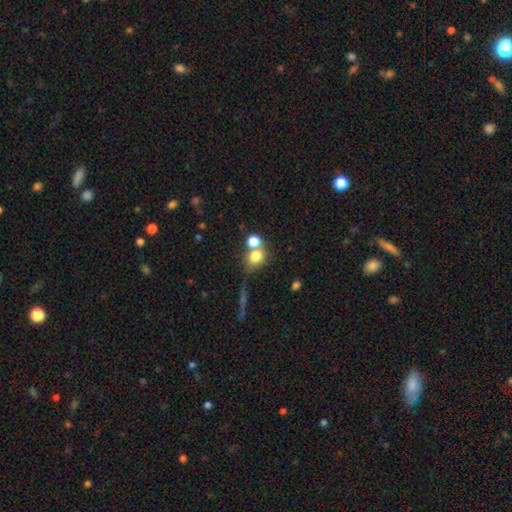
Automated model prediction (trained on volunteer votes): Smooth or featured? smooth (75%)
How rounded? round (62%)
Merging? none (46%)